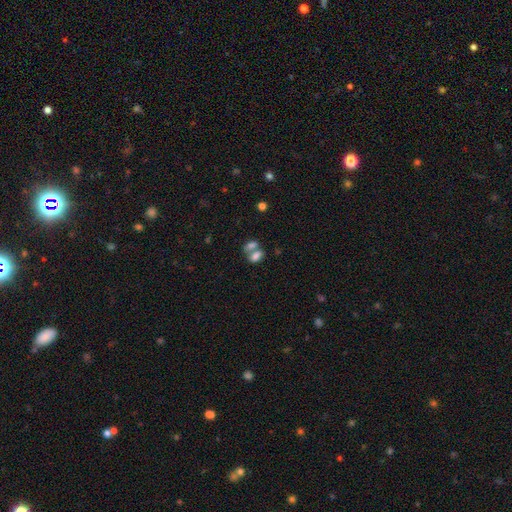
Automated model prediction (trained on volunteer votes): This appears to be a smooth galaxy with no disk features (76%) that is in between round and cigar-shaped (86%). Merging: merger (62%).